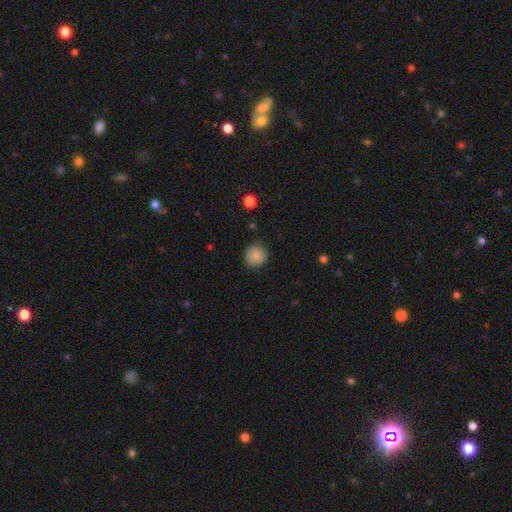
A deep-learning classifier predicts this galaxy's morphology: smooth-or-featured: smooth: 86% | star or artifact: 9% | featured or disk: 6%
  how-rounded: round: 89% | in between: 10% | cigar-shaped: 1%
  merging: none: 79% | minor disturbance: 16% | major disturbance: 3% | merger: 1%